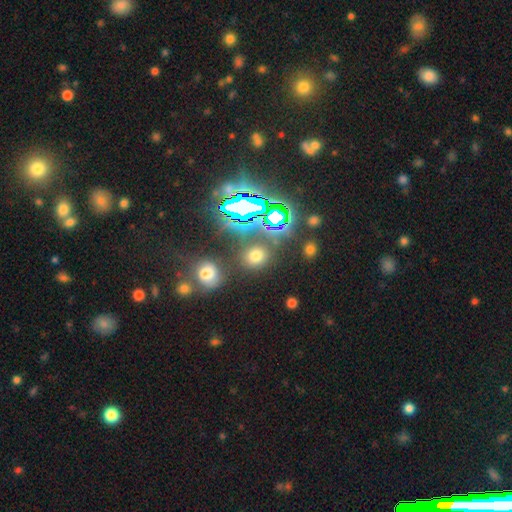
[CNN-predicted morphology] Smooth or featured?
  - smooth: 59% *
  - star or artifact: 34%
  - featured or disk: 8%
How rounded?
  - round: 76% *
  - in between: 22%
  - cigar-shaped: 2%
Merging?
  - none: 80% *
  - minor disturbance: 9%
  - merger: 7%
  - major disturbance: 4%